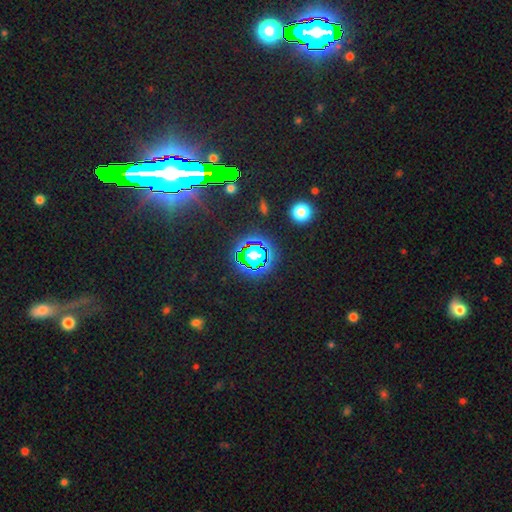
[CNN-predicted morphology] This appears to be a star or artifact, not a galaxy (70%).